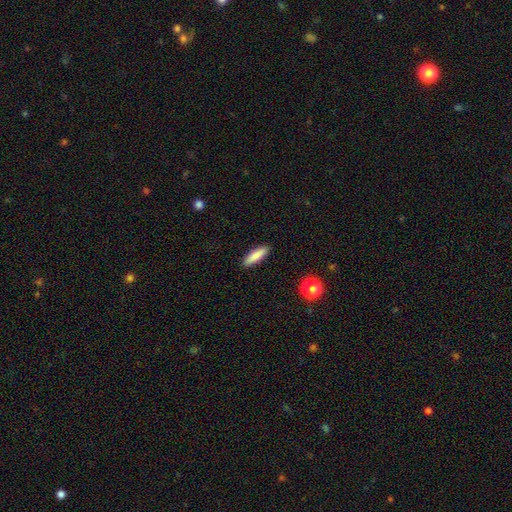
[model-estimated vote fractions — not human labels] Smooth or featured?
  - smooth: 81% *
  - featured or disk: 13%
  - star or artifact: 7%
How rounded?
  - cigar-shaped: 61% *
  - in between: 37%
  - round: 2%
Merging?
  - none: 90% *
  - minor disturbance: 7%
  - major disturbance: 2%
  - merger: 1%